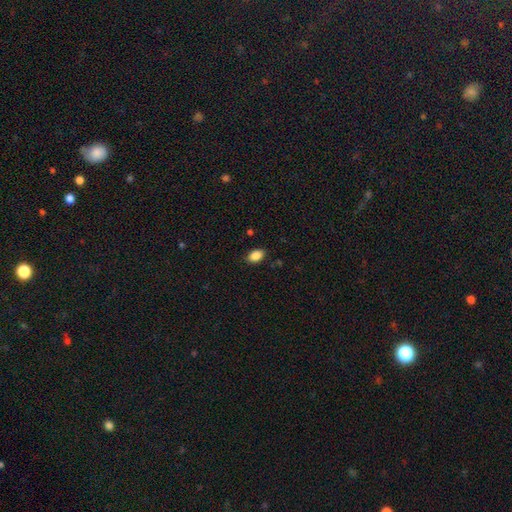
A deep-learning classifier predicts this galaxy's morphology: Smooth or featured? smooth (88%)
How rounded? in between (88%)
Merging? none (86%)